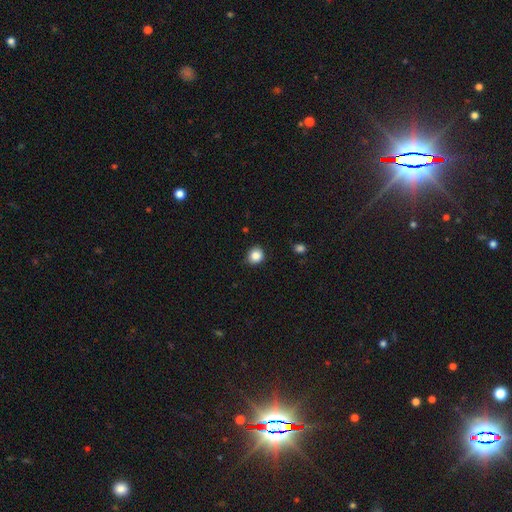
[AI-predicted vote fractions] Smooth or featured?
  - smooth: 86% *
  - star or artifact: 10%
  - featured or disk: 4%
How rounded?
  - round: 82% *
  - in between: 17%
  - cigar-shaped: 1%
Merging?
  - none: 85% *
  - minor disturbance: 12%
  - major disturbance: 2%
  - merger: 1%